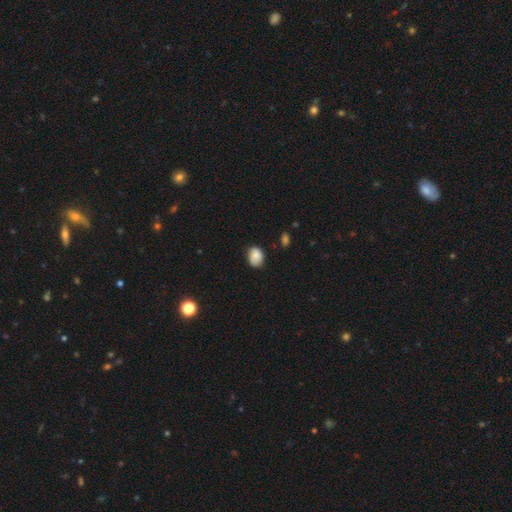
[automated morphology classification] This is clearly a smooth galaxy (84%). How rounded: likely in between (66%). Merging: likely none (73%).